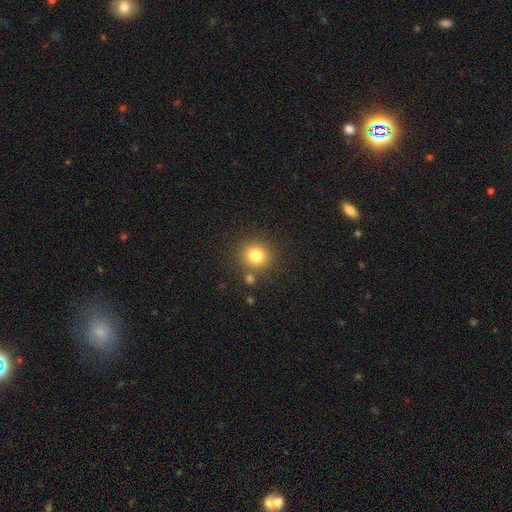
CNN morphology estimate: Smooth or featured: smooth — 81% (star or artifact — 12%)
How rounded: round — 88% (in between — 11%)
Merging: none — 80% (minor disturbance — 9%)